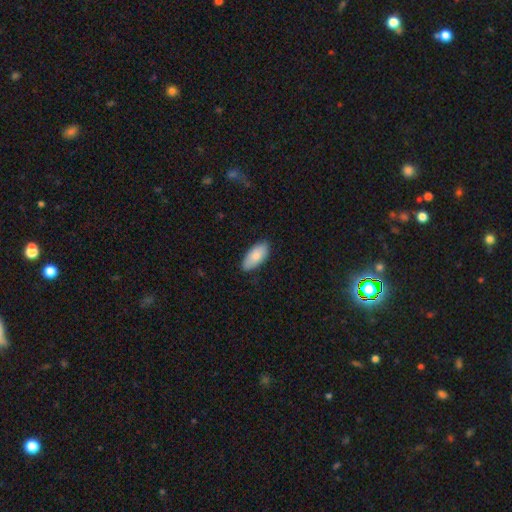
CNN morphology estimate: The model was most divided on "merging": none: 83%, minor disturbance: 14%, major disturbance: 2%, merger: 1%. More confident: how rounded — in between (92%); smooth or featured — smooth (85%).